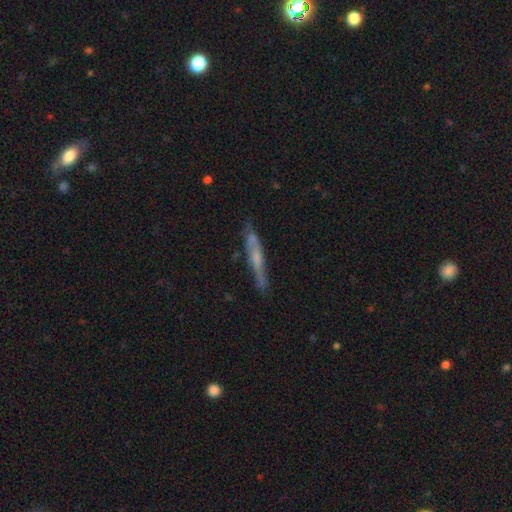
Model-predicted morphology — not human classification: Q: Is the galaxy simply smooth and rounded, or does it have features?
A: featured or disk — 58%.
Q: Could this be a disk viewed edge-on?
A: yes — 87%.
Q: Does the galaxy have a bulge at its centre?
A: none — 47%.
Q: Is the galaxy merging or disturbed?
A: none — 75%.